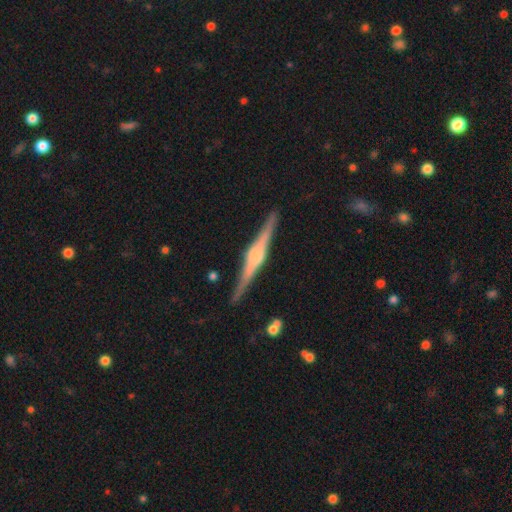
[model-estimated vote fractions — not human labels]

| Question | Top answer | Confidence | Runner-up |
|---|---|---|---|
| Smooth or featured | featured or disk | 83% | smooth (11%) |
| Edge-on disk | yes | 98% | no (2%) |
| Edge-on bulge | rounded | 75% | boxy (21%) |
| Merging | none | 89% | minor disturbance (8%) |